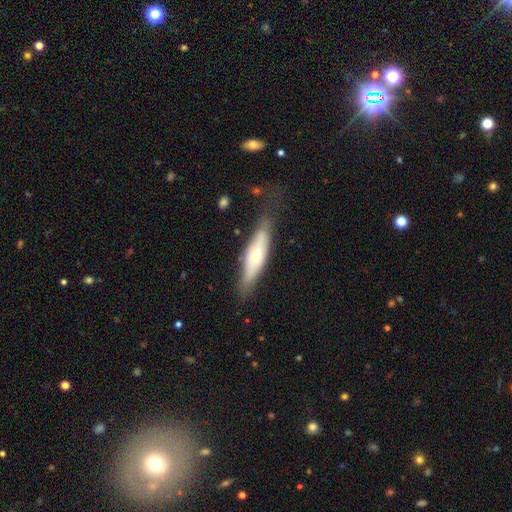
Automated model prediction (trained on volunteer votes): A featured or disk galaxy (48%). Merging: none (68%).